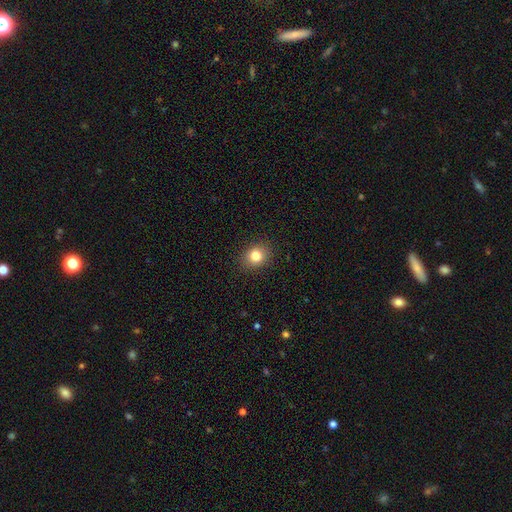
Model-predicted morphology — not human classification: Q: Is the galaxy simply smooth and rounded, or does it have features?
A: smooth — 81%.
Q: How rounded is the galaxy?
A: round — 66%.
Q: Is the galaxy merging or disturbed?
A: none — 89%.